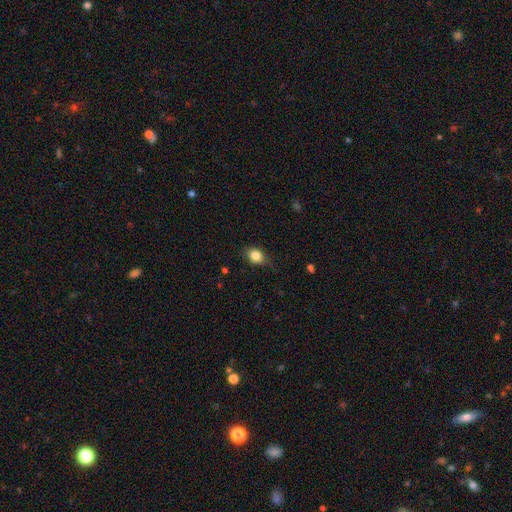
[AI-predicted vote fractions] The model was most divided on "how rounded": in between: 57%, round: 41%, cigar-shaped: 2%. More confident: smooth or featured — smooth (84%); merging — none (70%).